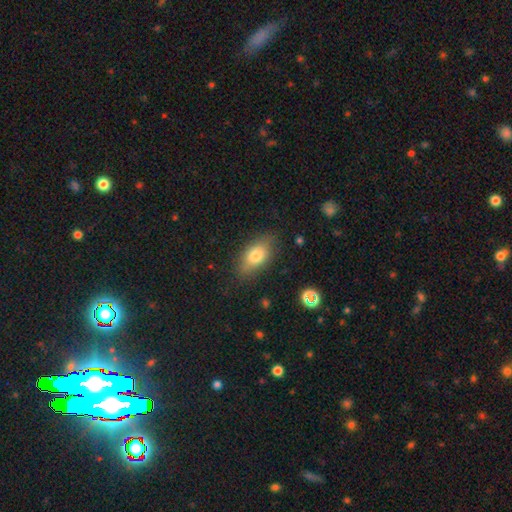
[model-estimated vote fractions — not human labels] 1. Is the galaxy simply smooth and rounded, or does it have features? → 78% smooth, 14% featured or disk, 8% star or artifact.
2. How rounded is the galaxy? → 87% in between, 8% round, 5% cigar-shaped.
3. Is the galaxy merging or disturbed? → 79% none, 16% minor disturbance, 4% major disturbance, 1% merger.